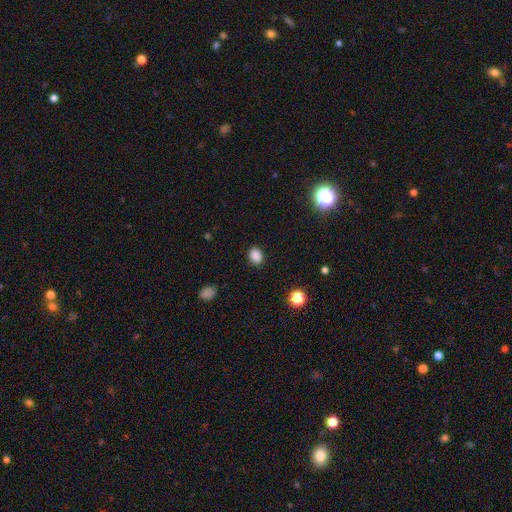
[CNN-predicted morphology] Smooth or featured? smooth (86%)
How rounded? in between (58%)
Merging? none (87%)